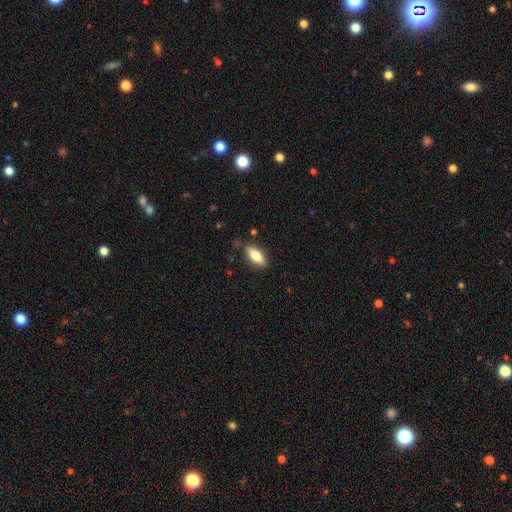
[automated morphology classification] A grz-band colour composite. It shows a smooth galaxy with no disk features (75%) that is in between round and cigar-shaped (77%). Merging: none (84%).